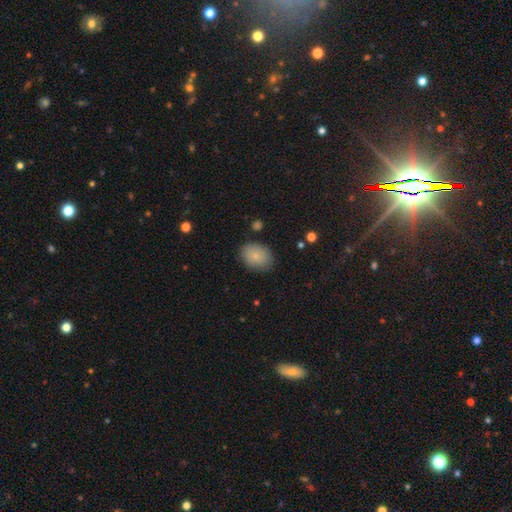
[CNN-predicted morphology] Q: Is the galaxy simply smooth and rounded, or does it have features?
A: smooth — 84%.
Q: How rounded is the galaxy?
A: in between — 71%.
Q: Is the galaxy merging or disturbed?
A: none — 81%.